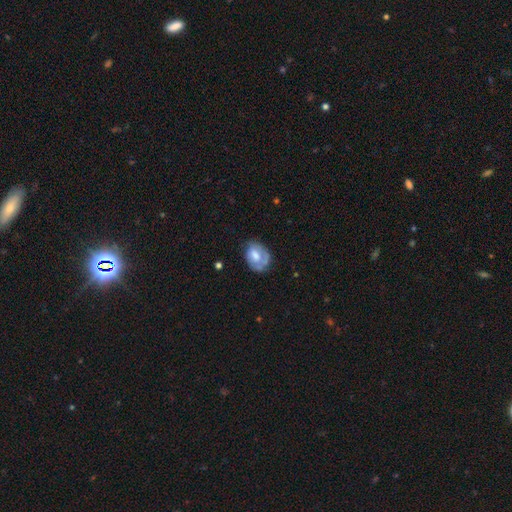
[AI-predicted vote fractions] Morphology: type=smooth (53%); roundness=in between (63%); merging=none (49%).